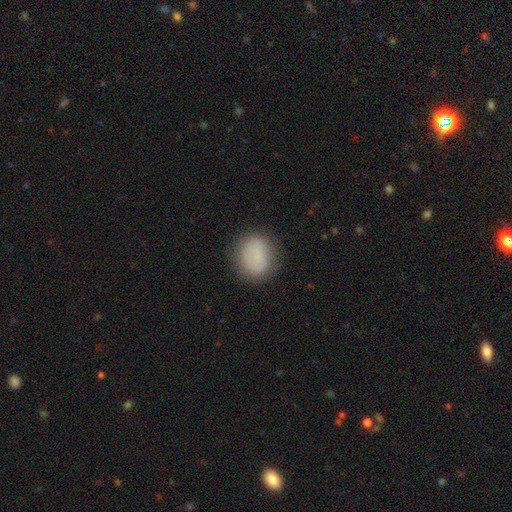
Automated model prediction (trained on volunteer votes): Q: Smooth or featured?
A: smooth (75%); runner-up: featured or disk (16%)
Q: How rounded?
A: round (68%); runner-up: in between (31%)
Q: Merging?
A: none (83%); runner-up: minor disturbance (12%)